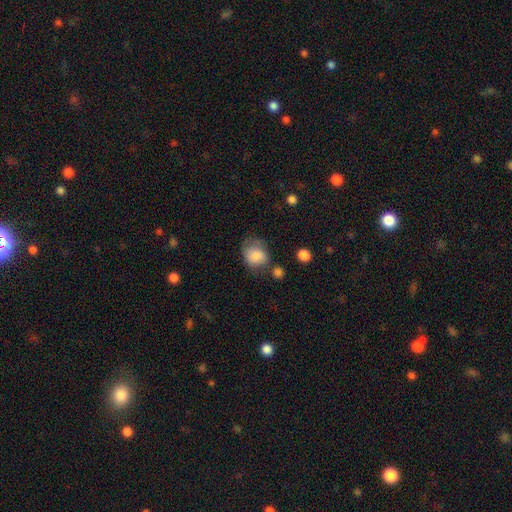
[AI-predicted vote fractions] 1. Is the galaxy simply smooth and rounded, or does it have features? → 81% smooth, 11% featured or disk, 8% star or artifact.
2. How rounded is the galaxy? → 59% round, 40% in between, 1% cigar-shaped.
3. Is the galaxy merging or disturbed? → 47% none, 31% minor disturbance, 15% major disturbance, 7% merger.